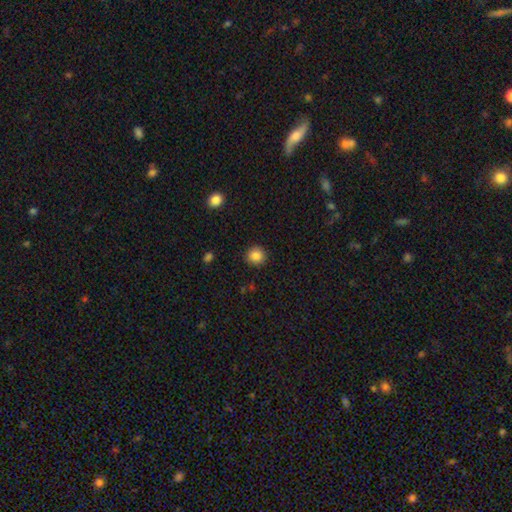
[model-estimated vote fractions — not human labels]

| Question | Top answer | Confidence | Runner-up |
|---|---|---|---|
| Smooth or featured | smooth | 86% | star or artifact (10%) |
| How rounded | round | 88% | in between (11%) |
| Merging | none | 91% | minor disturbance (6%) |